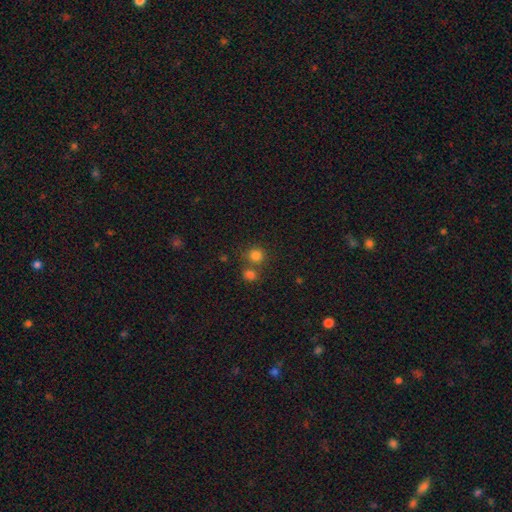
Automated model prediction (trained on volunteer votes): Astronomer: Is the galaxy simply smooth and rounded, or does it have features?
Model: smooth — 80%.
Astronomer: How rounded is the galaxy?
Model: round — 88%.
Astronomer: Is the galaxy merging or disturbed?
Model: none — 61%.